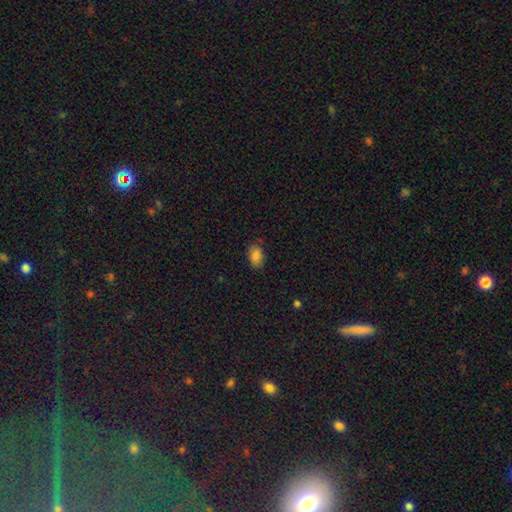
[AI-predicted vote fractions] The model was most divided on "merging": none: 83%, minor disturbance: 13%, major disturbance: 3%, merger: 1%. More confident: how rounded — in between (86%); smooth or featured — smooth (85%).